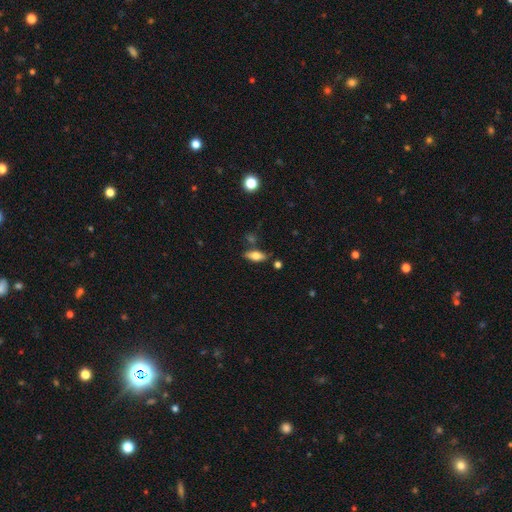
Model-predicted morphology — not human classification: Smooth or featured: smooth — 66% (featured or disk — 26%)
How rounded: in between — 76% (cigar-shaped — 21%)
Merging: none — 77% (minor disturbance — 14%)